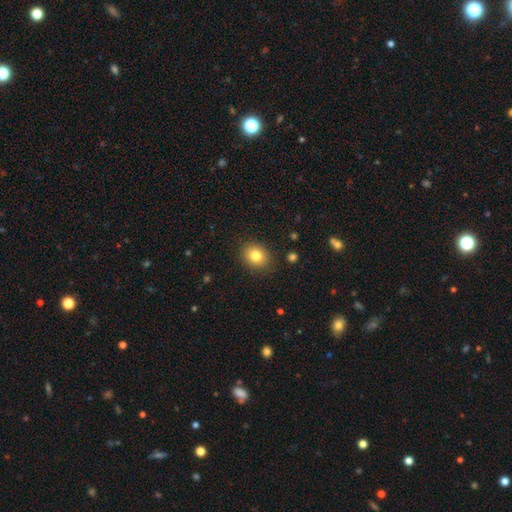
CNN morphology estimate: smooth 82%, star or artifact 10%, featured or disk 8%. Down the decision tree: how rounded — round (62%); merging — none (87%).